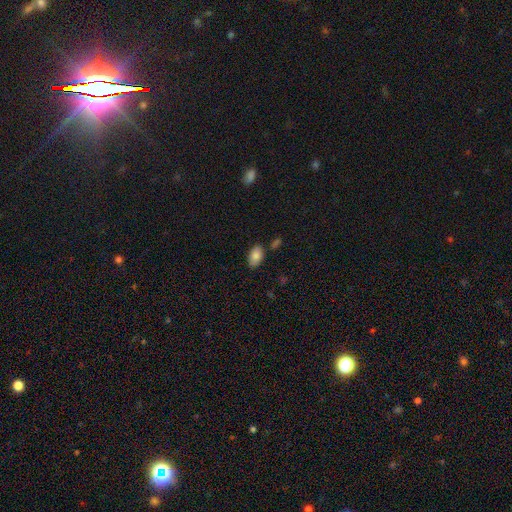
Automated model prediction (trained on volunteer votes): This appears to be a smooth galaxy with no disk features (81%) that is in between round and cigar-shaped (93%). Merging: none (81%).